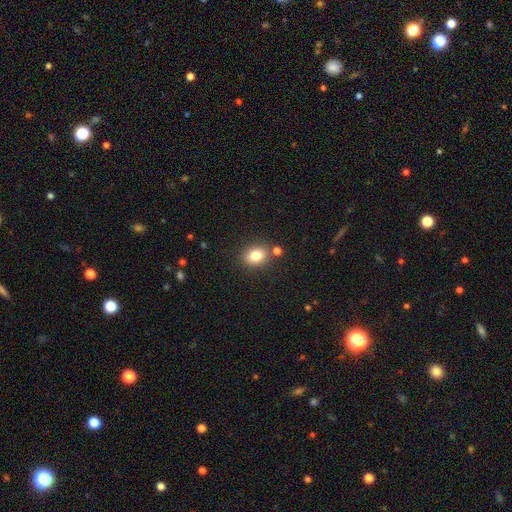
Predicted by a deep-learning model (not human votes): smooth 82%, star or artifact 11%, featured or disk 8%. Down the decision tree: how rounded — in between (52%); merging — none (78%).